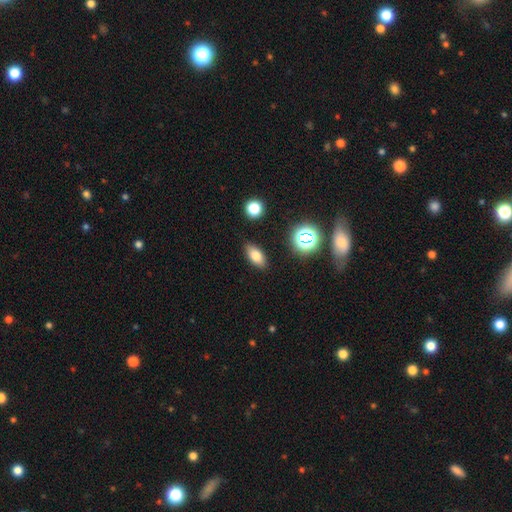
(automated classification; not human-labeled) Morphology: type=smooth (75%); roundness=in between (84%); merging=none (86%).